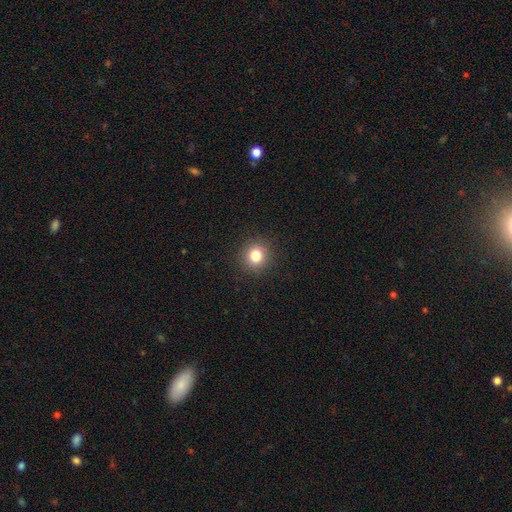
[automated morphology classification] A smooth galaxy with no disk features (82%) that is round (90%). Merging: none (91%).